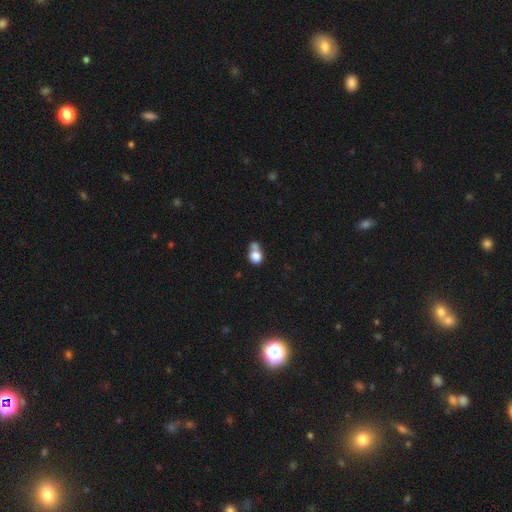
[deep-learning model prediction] The model was most divided on "merging": merger: 46%, none: 33%, minor disturbance: 13%, major disturbance: 7%. More confident: smooth or featured — smooth (79%); how rounded — round (62%).